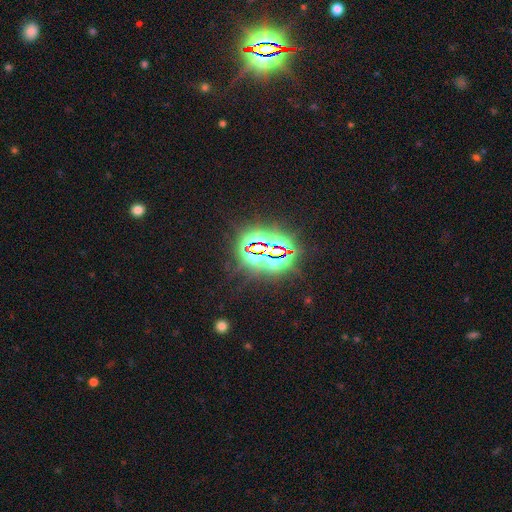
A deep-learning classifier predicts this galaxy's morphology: Smooth or featured?
  - star or artifact: 83% *
  - smooth: 9%
  - featured or disk: 8%